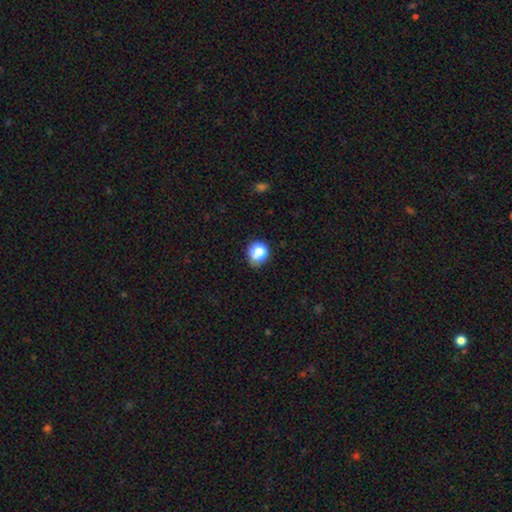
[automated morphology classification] The model was most divided on "merging": none: 70%, minor disturbance: 22%, major disturbance: 5%, merger: 2%. More confident: smooth or featured — smooth (81%); how rounded — round (77%).